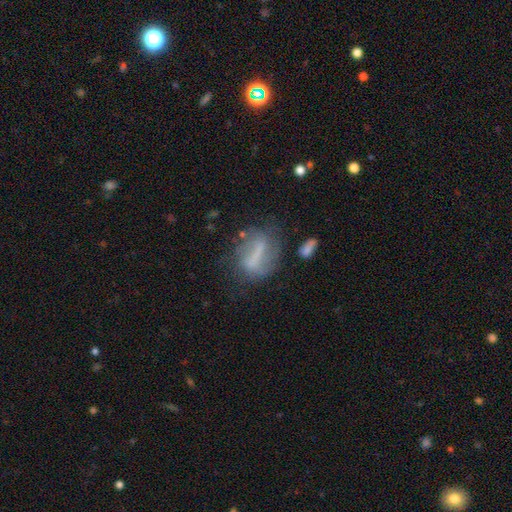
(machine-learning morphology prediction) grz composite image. It shows a featured or disk galaxy (57%) with a strong bar (58%), no spiral arms (50%, tied with yes) and no central bulge (62%). Merging: none (53%).